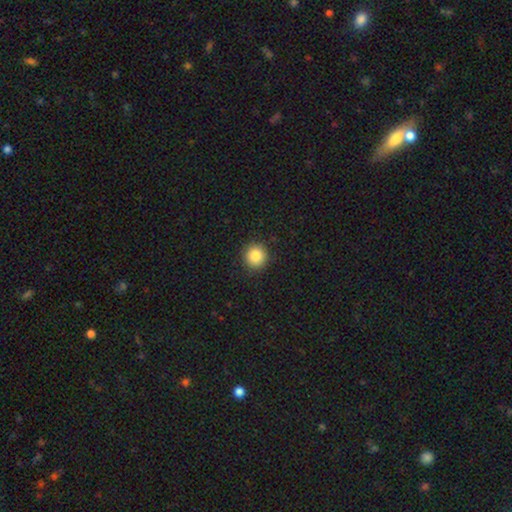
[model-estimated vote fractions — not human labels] smooth 86%, star or artifact 10%, featured or disk 4%. Down the decision tree: how rounded — round (94%); merging — none (92%).